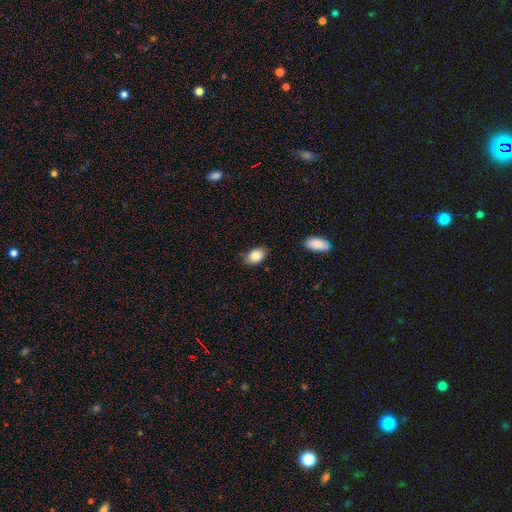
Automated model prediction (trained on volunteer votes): Smooth or featured? smooth (85%)
How rounded? in between (87%)
Merging? none (80%)